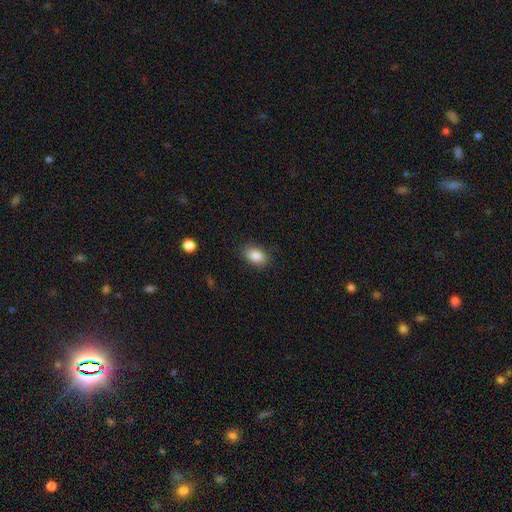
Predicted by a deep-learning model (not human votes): This appears to be a smooth galaxy with no disk features (86%) that is in between round and cigar-shaped (88%). Merging: none (85%).